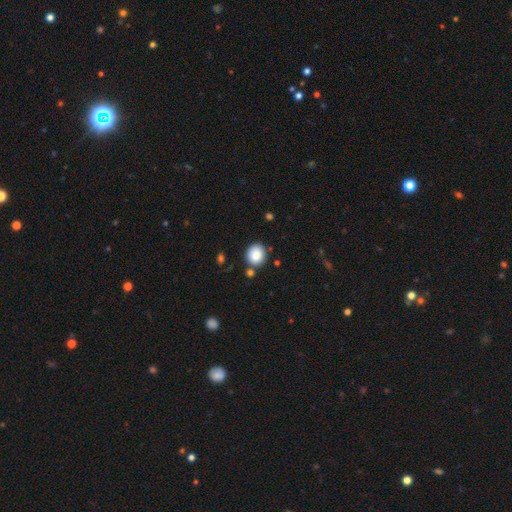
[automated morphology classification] Q: Smooth or featured?
A: smooth (87%); runner-up: star or artifact (8%)
Q: How rounded?
A: round (81%); runner-up: in between (18%)
Q: Merging?
A: none (80%); runner-up: minor disturbance (11%)